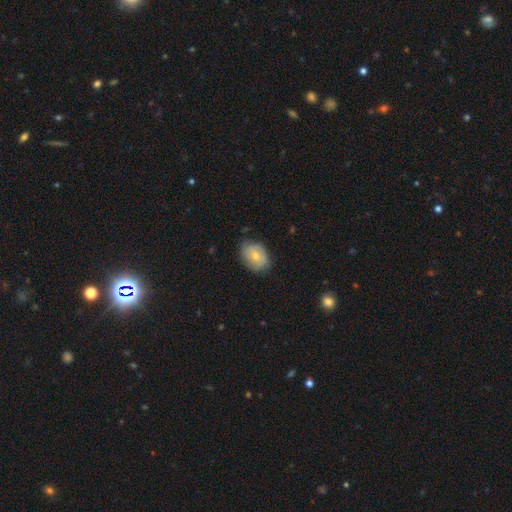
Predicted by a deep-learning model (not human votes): Overall: smooth (59%; featured or disk 34%). How rounded: in between (69%; round 30%). Merging: none (75%).